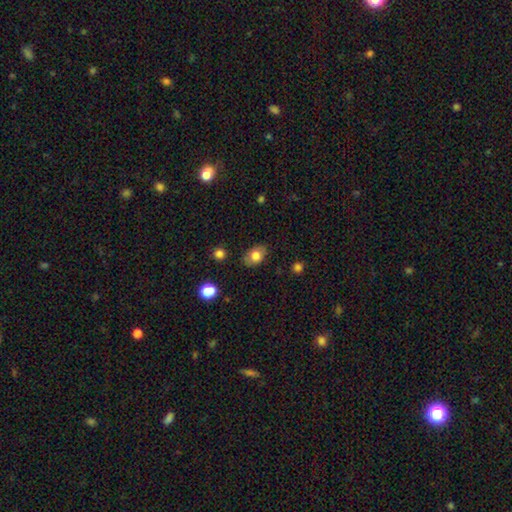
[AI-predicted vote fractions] This appears to be a smooth galaxy with no disk features (77%) that is in between round and cigar-shaped (81%). Merging: none (80%).